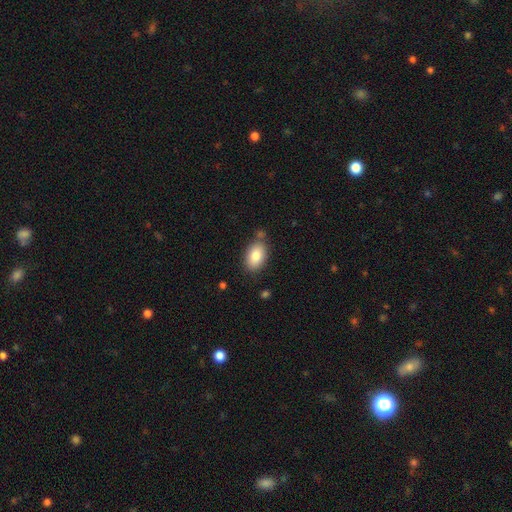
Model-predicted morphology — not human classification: smooth-or-featured: smooth: 84% | featured or disk: 9% | star or artifact: 7%
  how-rounded: in between: 90% | round: 9% | cigar-shaped: 1%
  merging: none: 76% | minor disturbance: 14% | merger: 7% | major disturbance: 3%